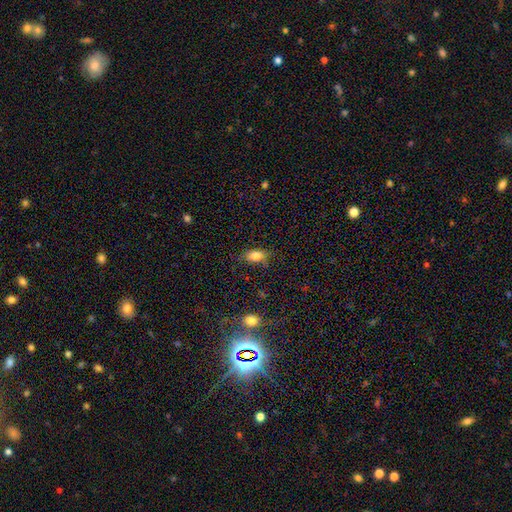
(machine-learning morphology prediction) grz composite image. It shows a smooth galaxy with no disk features (81%) that is in between round and cigar-shaped (86%). Merging: none (70%).